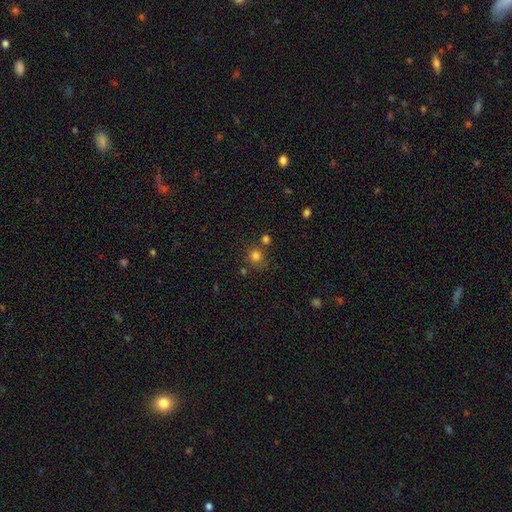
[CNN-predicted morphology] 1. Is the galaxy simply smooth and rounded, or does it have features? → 79% smooth, 15% star or artifact, 6% featured or disk.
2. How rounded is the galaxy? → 87% round, 12% in between, 1% cigar-shaped.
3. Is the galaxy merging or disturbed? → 70% none, 14% merger, 11% minor disturbance, 4% major disturbance.